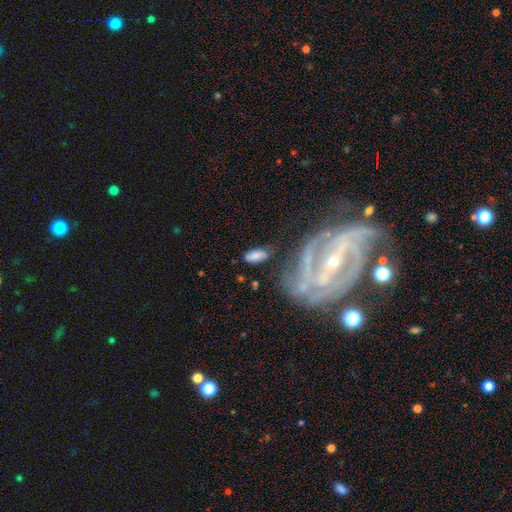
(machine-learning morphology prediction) Overall: smooth (74%). How rounded: in between (86%). Merging: none (67%).